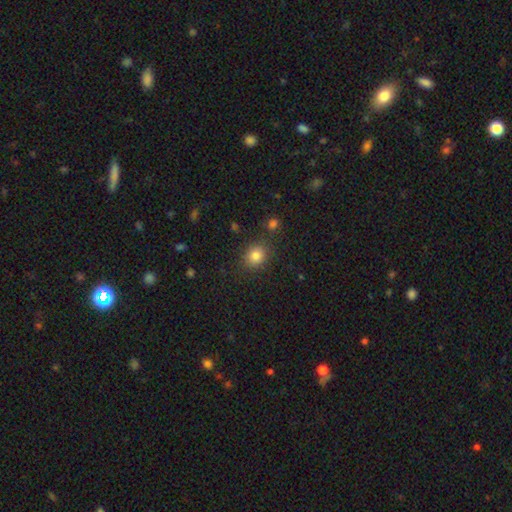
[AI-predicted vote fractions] Smooth or featured: smooth — 82% (star or artifact — 12%)
How rounded: round — 67% (in between — 32%)
Merging: none — 82% (minor disturbance — 10%)